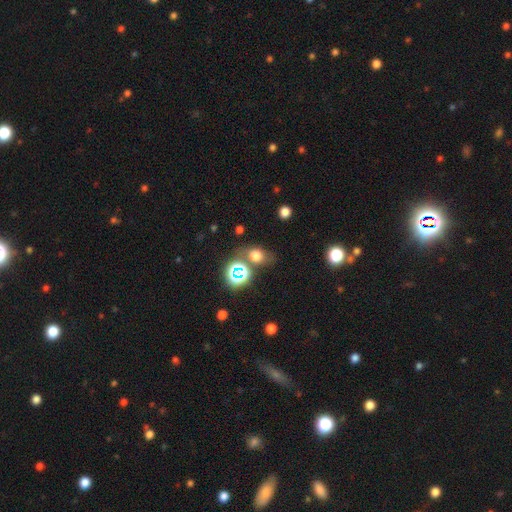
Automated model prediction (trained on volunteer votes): Smooth or featured: smooth — 66% (star or artifact — 23%)
How rounded: in between — 50% (round — 48%)
Merging: none — 64% (minor disturbance — 16%)